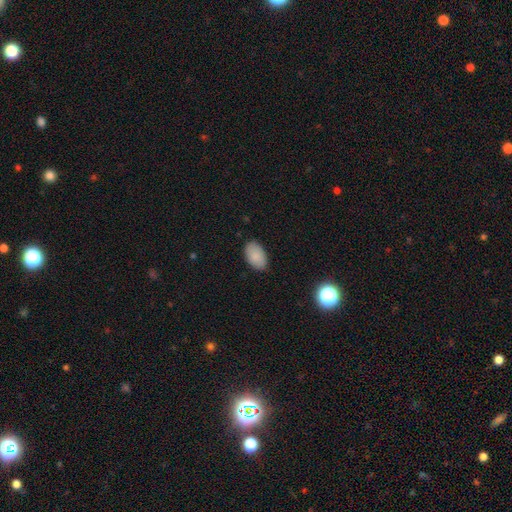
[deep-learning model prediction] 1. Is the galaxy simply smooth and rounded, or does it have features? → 87% smooth, 7% star or artifact, 5% featured or disk.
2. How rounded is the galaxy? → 93% in between, 6% round, 1% cigar-shaped.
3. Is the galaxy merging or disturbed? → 84% none, 12% minor disturbance, 2% major disturbance, 1% merger.